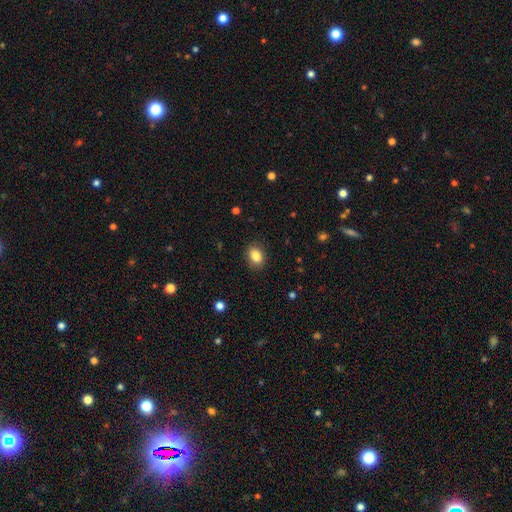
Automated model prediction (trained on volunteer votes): A smooth galaxy with no disk features (85%) that is in between round and cigar-shaped (70%).

Vote fractions:
- Smooth or featured? smooth: 85% / star or artifact: 9% / featured or disk: 6%
- How rounded? in between: 70% / round: 29% / cigar-shaped: 1%
- Merging? none: 86% / minor disturbance: 11% / major disturbance: 3% / merger: 1%